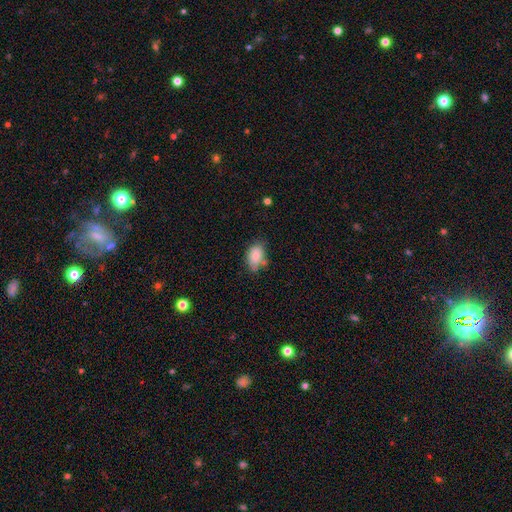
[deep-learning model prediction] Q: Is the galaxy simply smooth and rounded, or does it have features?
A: smooth — 83%.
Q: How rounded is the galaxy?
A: in between — 89%.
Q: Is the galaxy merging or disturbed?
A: none — 56%.